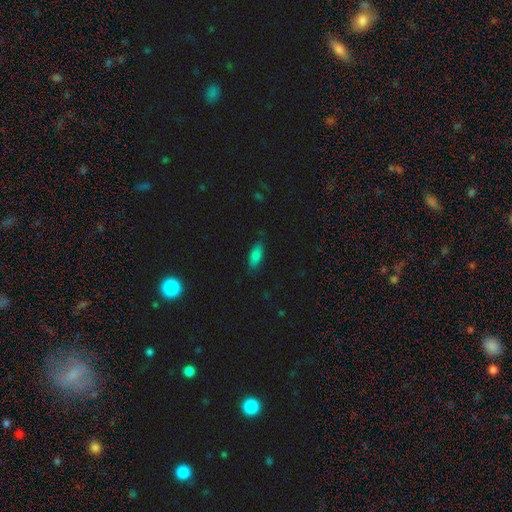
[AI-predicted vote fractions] Overall: smooth (84%). How rounded: in between (81%). Merging: none (82%).